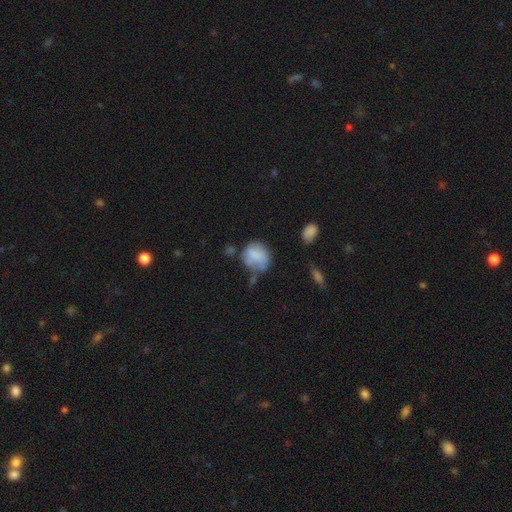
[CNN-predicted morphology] Smooth or featured? smooth (77%)
How rounded? round (63%)
Merging? none (38%)